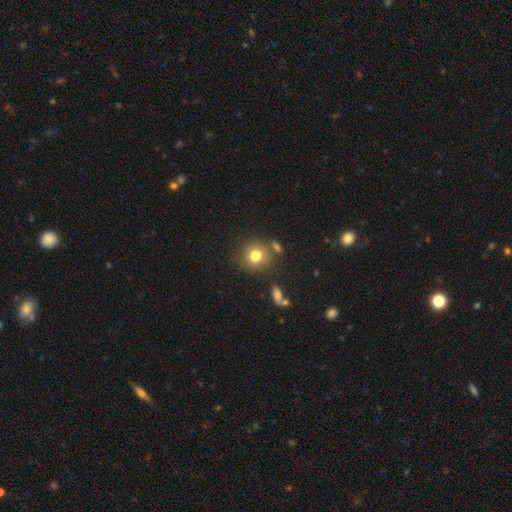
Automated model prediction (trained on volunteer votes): smooth 79%, star or artifact 11%, featured or disk 10%. Down the decision tree: how rounded — round (83%); merging — none (74%).